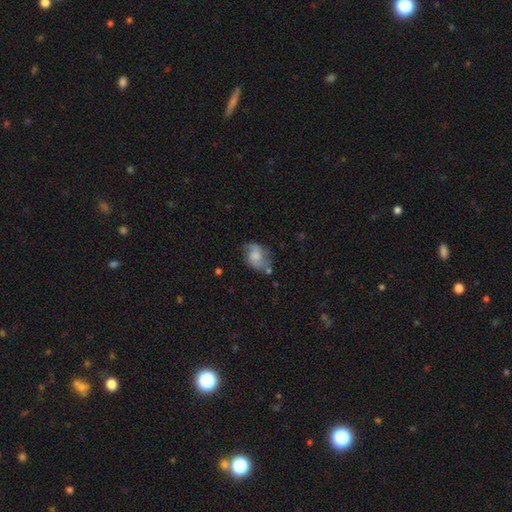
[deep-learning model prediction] Smooth or featured? featured or disk (47%)
Merging? none (49%)